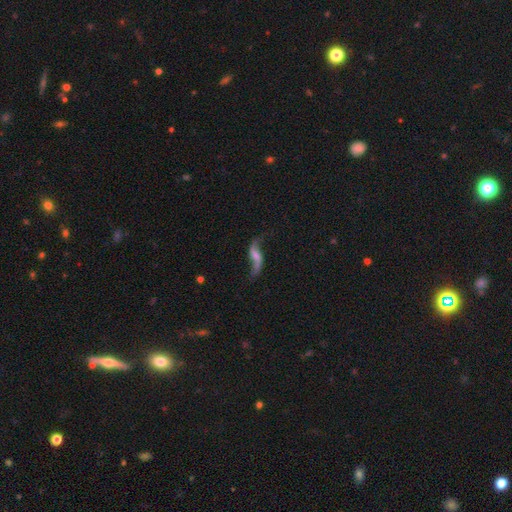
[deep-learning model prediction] Smooth or featured: featured or disk — 84% (smooth — 9%)
Edge-on disk: no — 93% (yes — 7%)
Bar: no — 42% (weak — 41%)
Spiral arms: yes — 94% (no — 6%)
Spiral winding: loose — 93% (medium — 5%)
Spiral arm count: 2 — 93% (1 — 3%)
Bulge size: small — 42% (moderate — 27%)
Merging: none — 71% (minor disturbance — 15%)